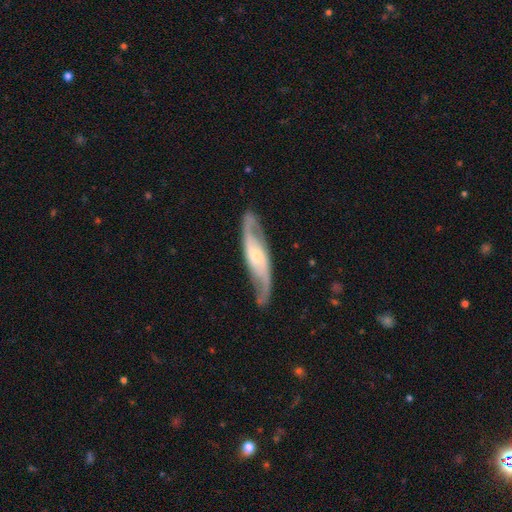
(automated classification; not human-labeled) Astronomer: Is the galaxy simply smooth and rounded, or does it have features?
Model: featured or disk — 84%.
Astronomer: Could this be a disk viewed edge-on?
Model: no — 82%.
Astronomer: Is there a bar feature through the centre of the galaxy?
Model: no — 48% (runner-up: weak, 36%).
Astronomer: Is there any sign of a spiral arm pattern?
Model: yes — 95%.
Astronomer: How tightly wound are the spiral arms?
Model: medium — 46% (runner-up: loose, 36%).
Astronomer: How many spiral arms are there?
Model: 2 — 90%.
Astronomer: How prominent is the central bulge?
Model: small — 52% (runner-up: moderate, 36%).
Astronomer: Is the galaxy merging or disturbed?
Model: none — 81%.